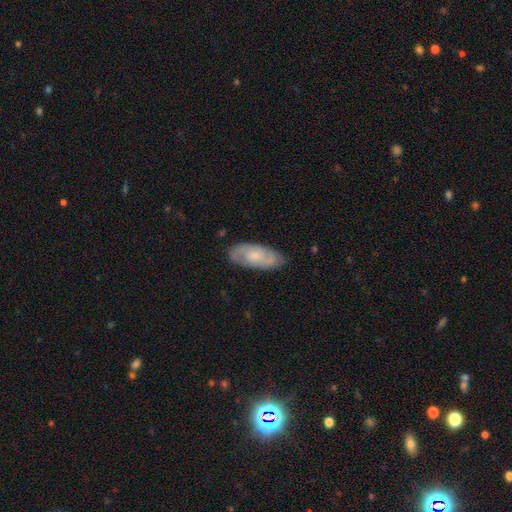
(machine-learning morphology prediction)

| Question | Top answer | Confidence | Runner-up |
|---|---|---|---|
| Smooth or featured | featured or disk | 57% | smooth (37%) |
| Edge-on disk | no | 90% | yes (10%) |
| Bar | no | 68% | weak (28%) |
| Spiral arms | yes | 85% | no (15%) |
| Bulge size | small | 44% | moderate (34%) |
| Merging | none | 79% | minor disturbance (16%) |